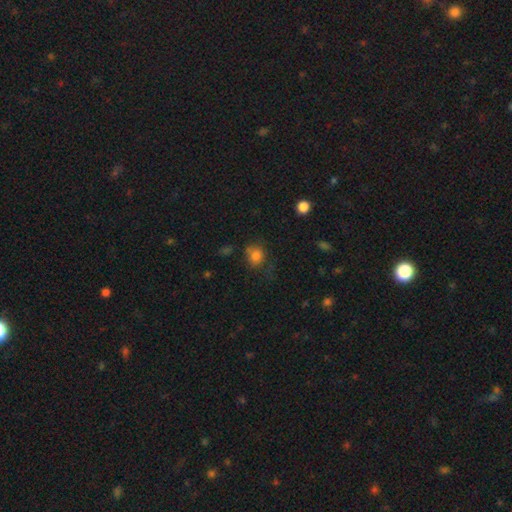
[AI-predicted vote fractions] A smooth galaxy with no disk features (79%) that is round (68%).

Vote fractions:
- Smooth or featured? smooth: 79% / star or artifact: 13% / featured or disk: 7%
- How rounded? round: 68% / in between: 31% / cigar-shaped: 1%
- Merging? none: 59% / minor disturbance: 22% / major disturbance: 11% / merger: 8%